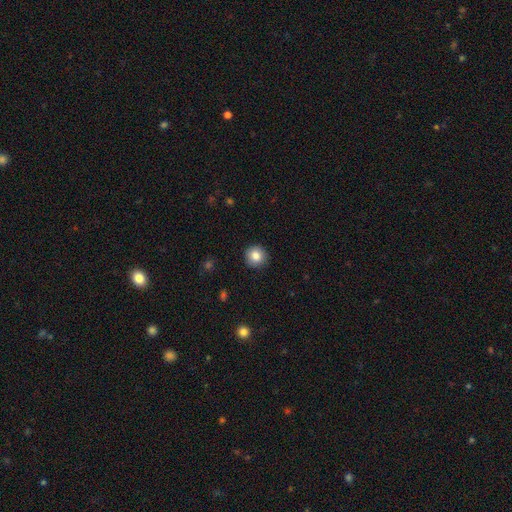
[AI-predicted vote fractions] A smooth galaxy with no disk features (84%) that is round (94%).

Vote fractions:
- Smooth or featured? smooth: 84% / star or artifact: 9% / featured or disk: 7%
- How rounded? round: 94% / in between: 5% / cigar-shaped: 1%
- Merging? none: 91% / minor disturbance: 6% / major disturbance: 2% / merger: 1%